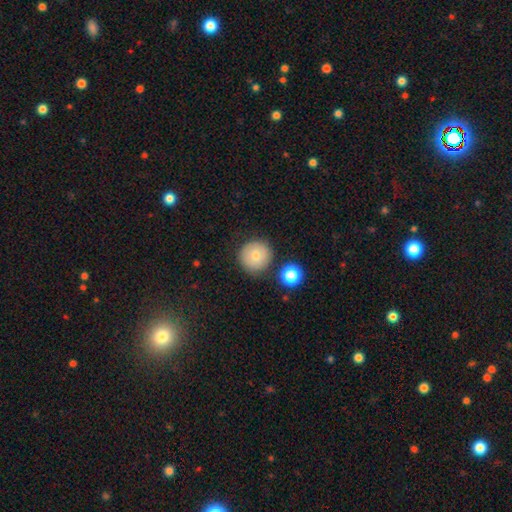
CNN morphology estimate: Smooth or featured? Predicted: smooth (p=0.78). How rounded? Predicted: round (p=0.95). Merging? Predicted: none (p=0.81).